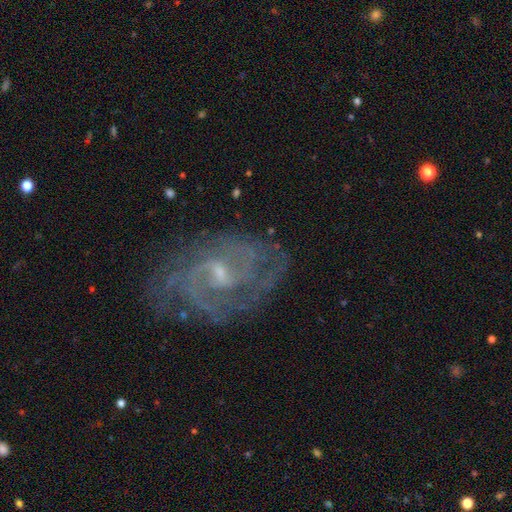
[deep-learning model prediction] Morphology: type=featured or disk (86%); edge-on=no (97%); bar=weak (55%); spiral arms=yes (96%); winding=tight (46%); arm count=2 (37%); bulge=small (65%); merging=none (74%).